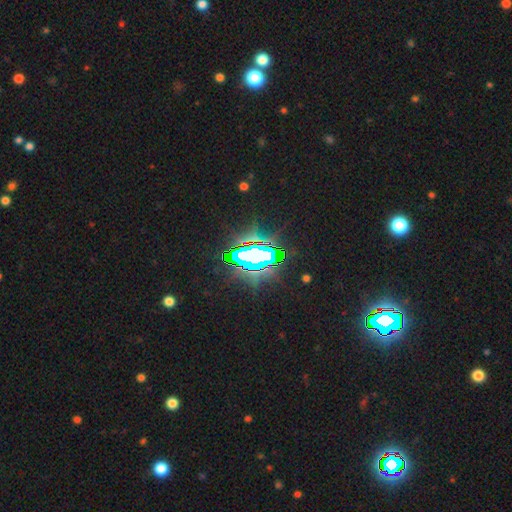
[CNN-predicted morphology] Overall: star or artifact (75%).